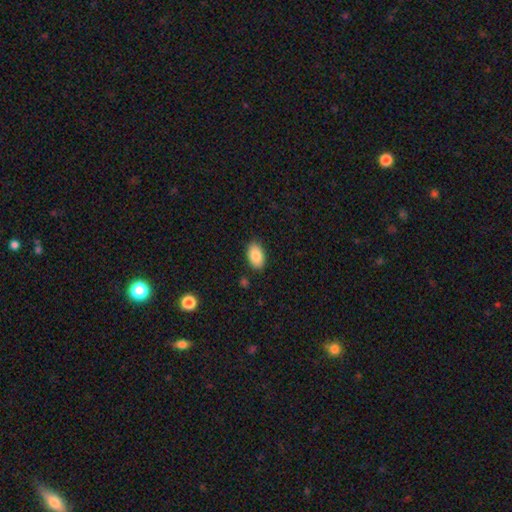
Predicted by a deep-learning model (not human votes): A smooth galaxy with no disk features (86%) that is in between round and cigar-shaped (93%).

Vote fractions:
- Smooth or featured? smooth: 86% / star or artifact: 7% / featured or disk: 7%
- How rounded? in between: 93% / round: 5% / cigar-shaped: 1%
- Merging? none: 87% / minor disturbance: 10% / major disturbance: 2% / merger: 1%